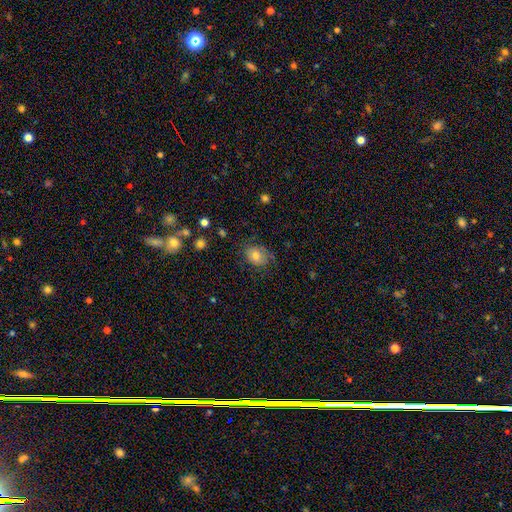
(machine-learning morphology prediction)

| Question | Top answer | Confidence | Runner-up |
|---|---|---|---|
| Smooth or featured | smooth | 71% | featured or disk (18%) |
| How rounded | in between | 51% | round (48%) |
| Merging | none | 68% | minor disturbance (22%) |